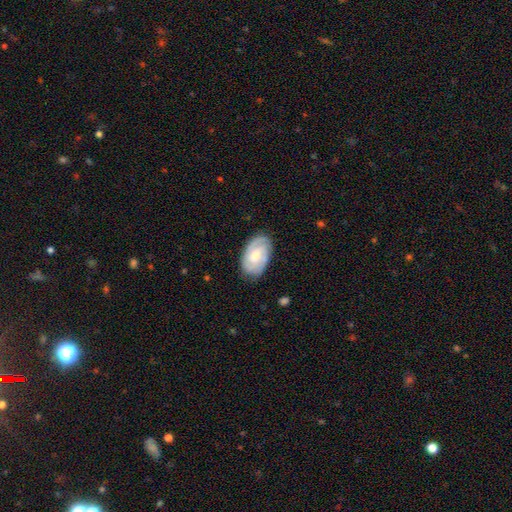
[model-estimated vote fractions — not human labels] featured or disk 73%, smooth 22%, star or artifact 5%. Down the decision tree: edge-on disk — no (96%); bar — no (65%); spiral arms — yes (94%); spiral arm count — 2 (31%); spiral winding — tight (62%); bulge size — small (51%); merging — none (81%).